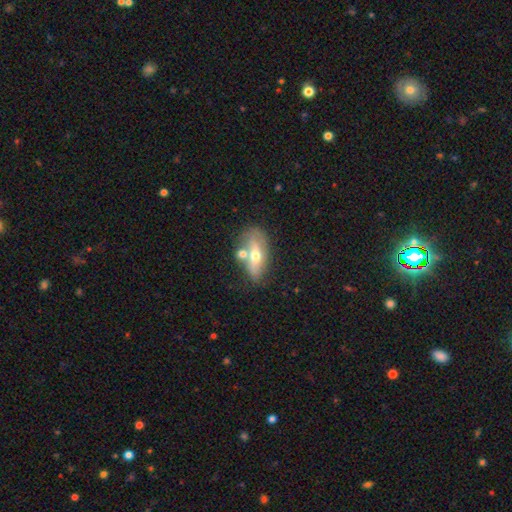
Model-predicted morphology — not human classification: A smooth galaxy with no disk features (48%).

Vote fractions:
- Smooth or featured? smooth: 48% / featured or disk: 44% / star or artifact: 8%
- Merging? none: 44% / merger: 32% / minor disturbance: 16% / major disturbance: 8%